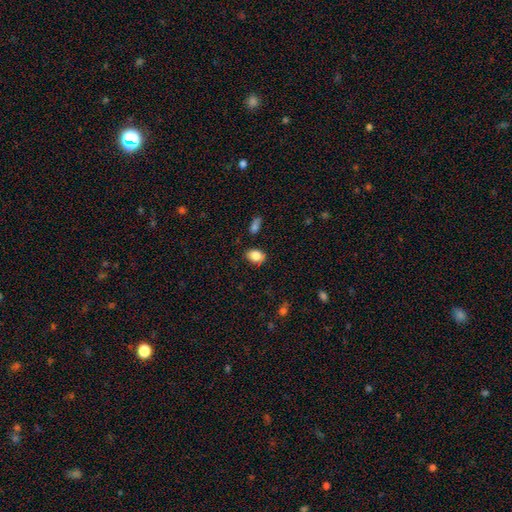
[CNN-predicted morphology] Smooth or featured? Predicted: smooth (p=0.84). How rounded? Predicted: in between (p=0.74). Merging? Predicted: none (p=0.78).